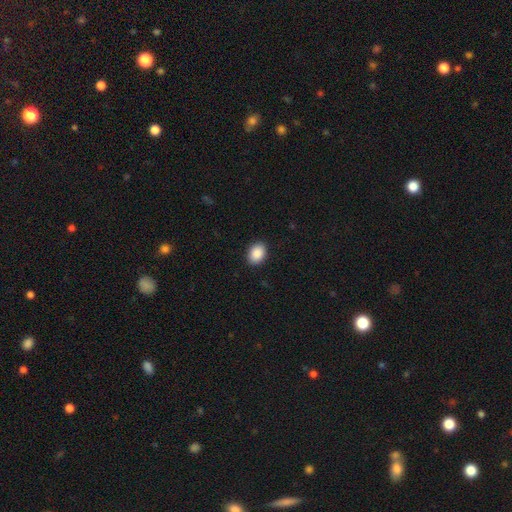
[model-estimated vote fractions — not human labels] A smooth galaxy with no disk features (90%) that is in between round and cigar-shaped (74%).

Vote fractions:
- Smooth or featured? smooth: 90% / star or artifact: 7% / featured or disk: 3%
- How rounded? in between: 74% / round: 25% / cigar-shaped: 1%
- Merging? none: 90% / minor disturbance: 8% / major disturbance: 2% / merger: 1%